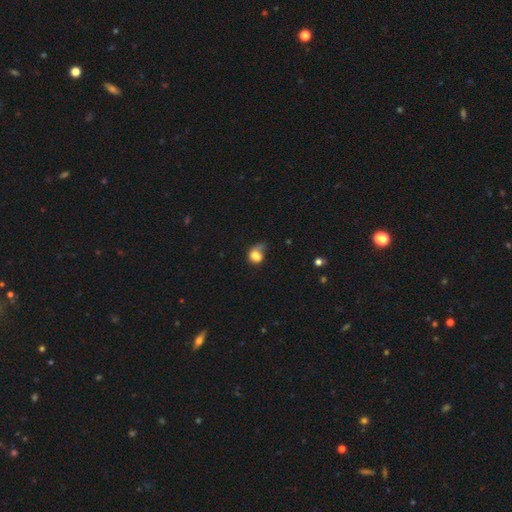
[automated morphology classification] Q: Smooth or featured?
A: smooth (76%); runner-up: featured or disk (13%)
Q: How rounded?
A: in between (52%); runner-up: round (47%)
Q: Merging?
A: minor disturbance (33%); runner-up: major disturbance (30%)